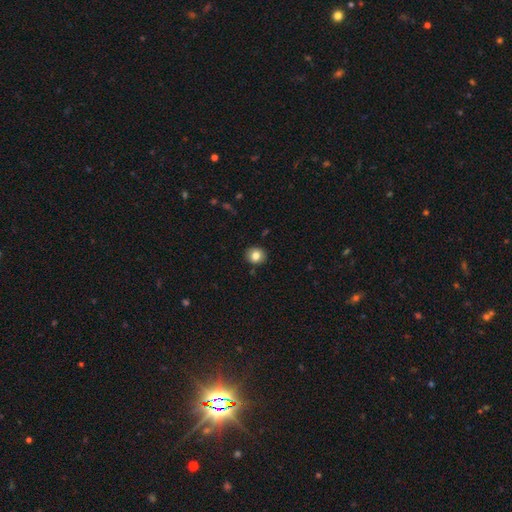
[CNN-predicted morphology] Smooth or featured? smooth (83%)
How rounded? round (83%)
Merging? none (90%)